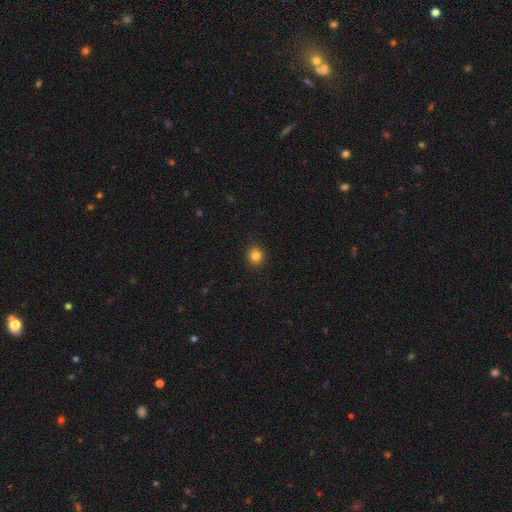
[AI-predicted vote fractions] Morphology: type=smooth (83%); roundness=round (85%); merging=none (92%).